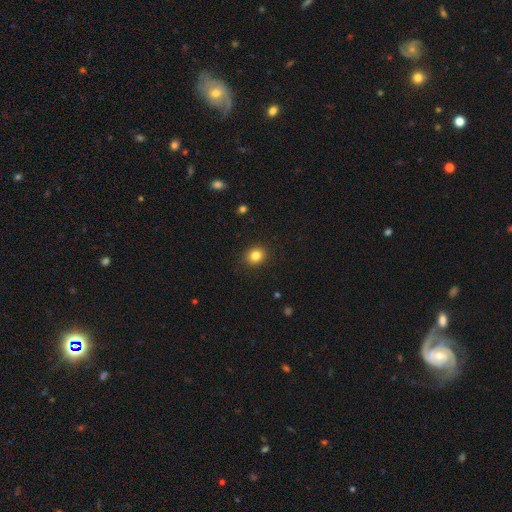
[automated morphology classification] Smooth or featured: smooth — 83% (star or artifact — 11%)
How rounded: round — 77% (in between — 22%)
Merging: none — 90% (minor disturbance — 7%)